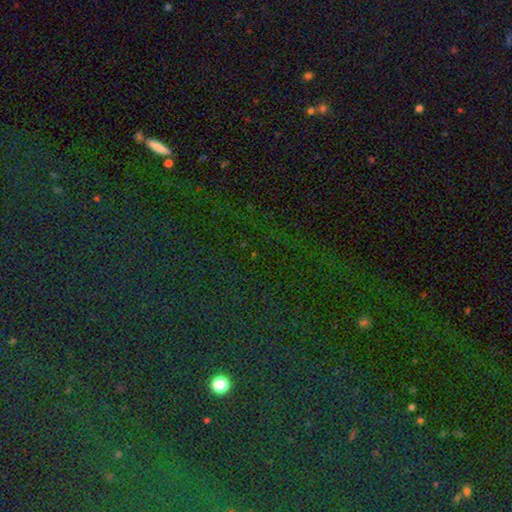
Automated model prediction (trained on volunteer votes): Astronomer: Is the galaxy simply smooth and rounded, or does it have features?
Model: star or artifact — 81%.